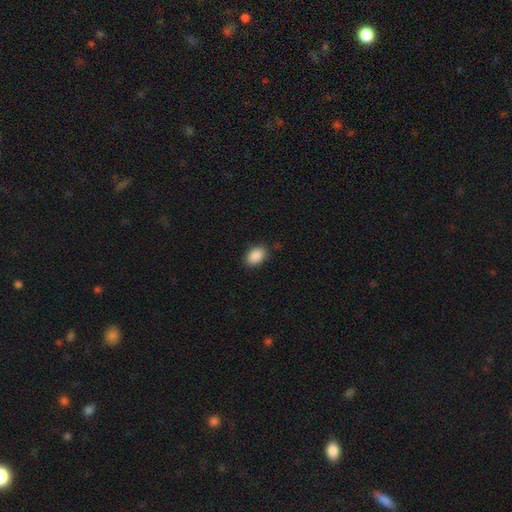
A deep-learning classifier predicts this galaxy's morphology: type=smooth (89%); roundness=in between (87%); merging=none (85%).